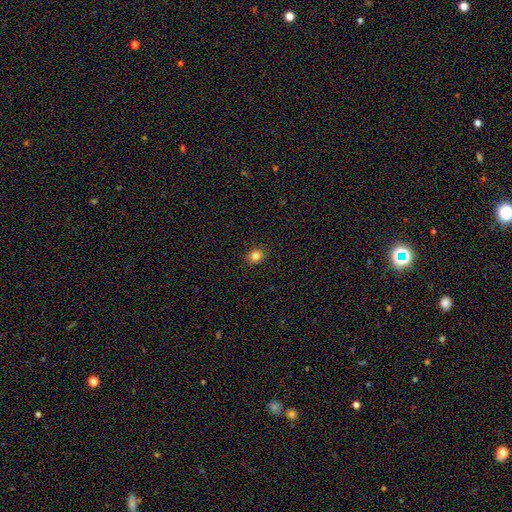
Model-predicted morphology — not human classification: The model was most divided on "how rounded": round: 66%, in between: 33%, cigar-shaped: 1%. More confident: merging — none (90%); smooth or featured — smooth (83%).